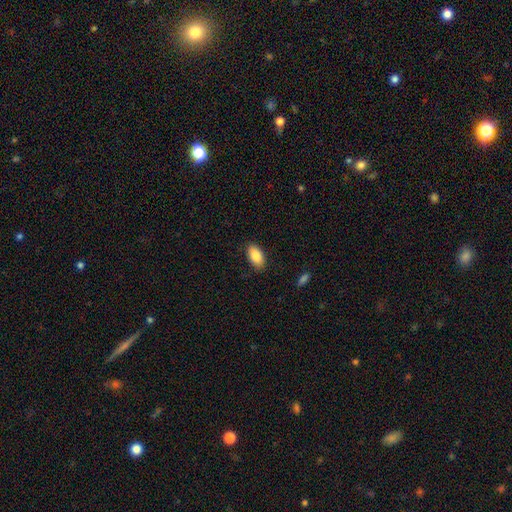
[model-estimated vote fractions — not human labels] This is clearly a smooth galaxy (86%). How rounded: clearly in between (94%). Merging: clearly none (87%).